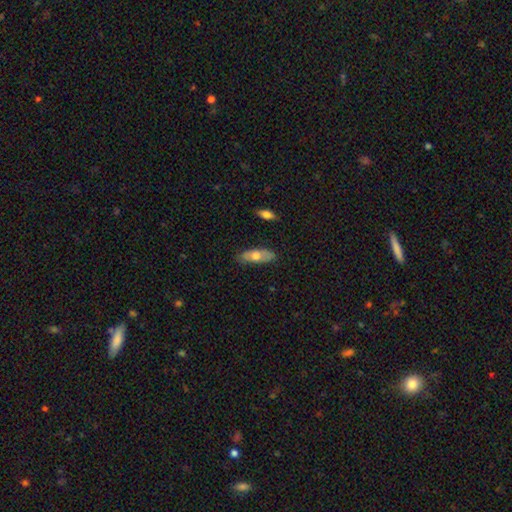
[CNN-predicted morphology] Smooth or featured?
  - smooth: 62% *
  - featured or disk: 33%
  - star or artifact: 6%
How rounded?
  - in between: 71% *
  - cigar-shaped: 27%
  - round: 3%
Merging?
  - none: 80% *
  - minor disturbance: 15%
  - major disturbance: 3%
  - merger: 2%